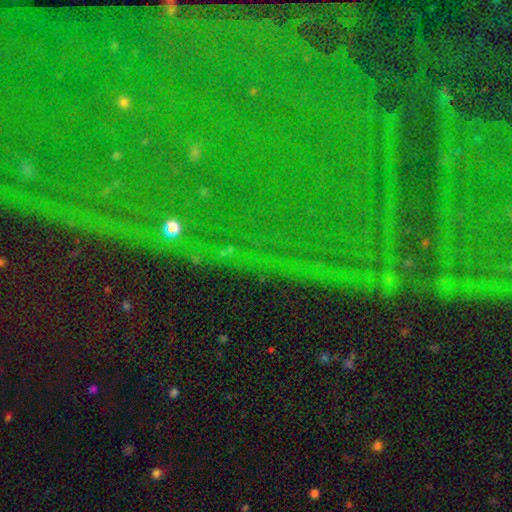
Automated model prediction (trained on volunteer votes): A star or artifact, not a galaxy (84%).